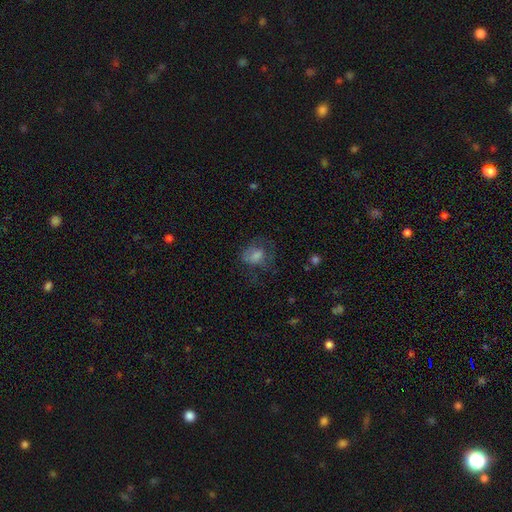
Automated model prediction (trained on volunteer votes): This is possibly a smooth galaxy (53%). How rounded: possibly in between (53%). Merging: possibly none (47%).